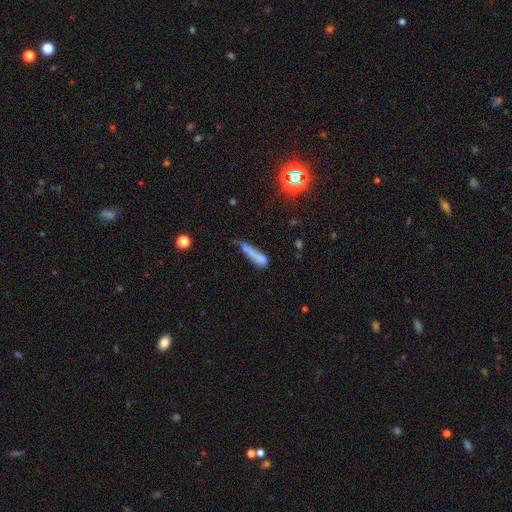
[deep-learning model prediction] smooth-or-featured: smooth: 68% | featured or disk: 19% | star or artifact: 13%
  how-rounded: cigar-shaped: 81% | in between: 17% | round: 3%
  merging: none: 41% | minor disturbance: 27% | major disturbance: 18% | merger: 14%